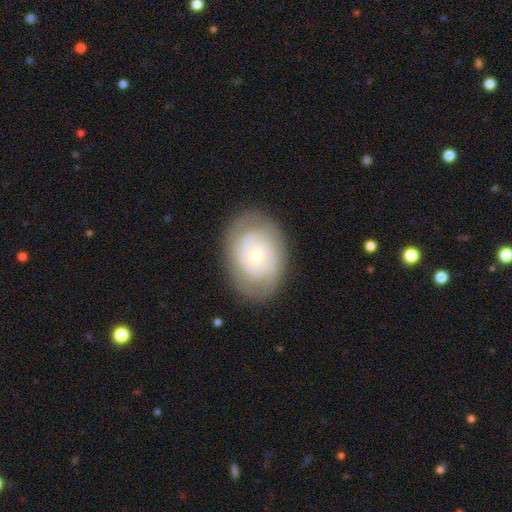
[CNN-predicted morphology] A featured or disk galaxy (62%) with no bar (83%), spiral arms (70%) and a small central bulge (70%). Merging: none (82%).